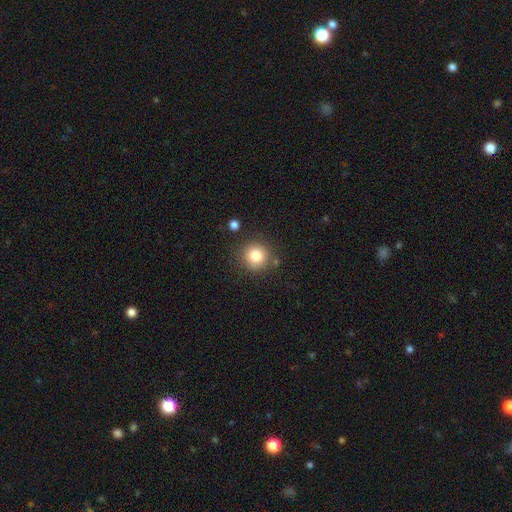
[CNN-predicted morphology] This appears to be a smooth galaxy with no disk features (82%) that is round (93%). Merging: none (84%).